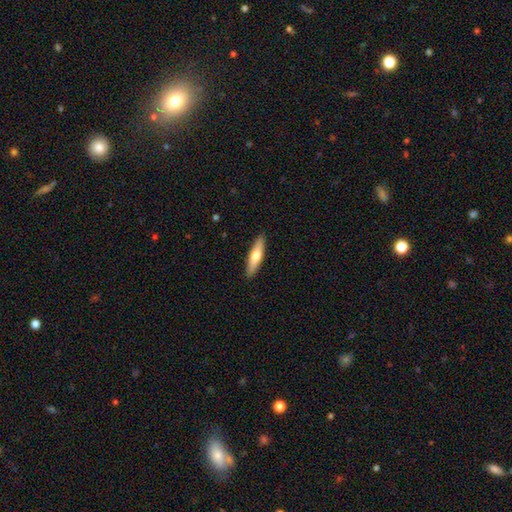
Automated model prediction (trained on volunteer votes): A smooth galaxy with no disk features (59%) that is cigar-shaped (73%).

Vote fractions:
- Smooth or featured? smooth: 59% / featured or disk: 35% / star or artifact: 5%
- How rounded? cigar-shaped: 73% / in between: 26% / round: 2%
- Merging? none: 90% / minor disturbance: 7% / major disturbance: 2% / merger: 1%